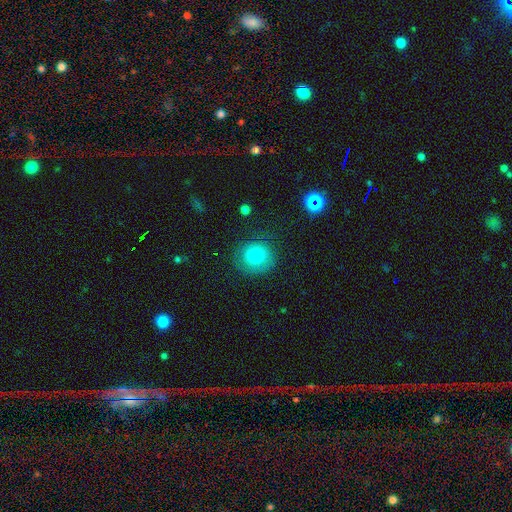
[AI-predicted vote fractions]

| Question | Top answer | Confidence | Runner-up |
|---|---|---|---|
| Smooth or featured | smooth | 76% | featured or disk (13%) |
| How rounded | round | 83% | in between (16%) |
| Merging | none | 78% | minor disturbance (15%) |